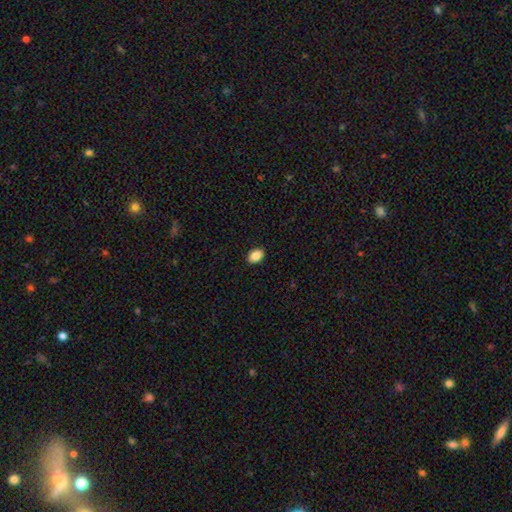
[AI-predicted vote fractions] Overall: smooth (87%). How rounded: in between (78%). Merging: none (91%).